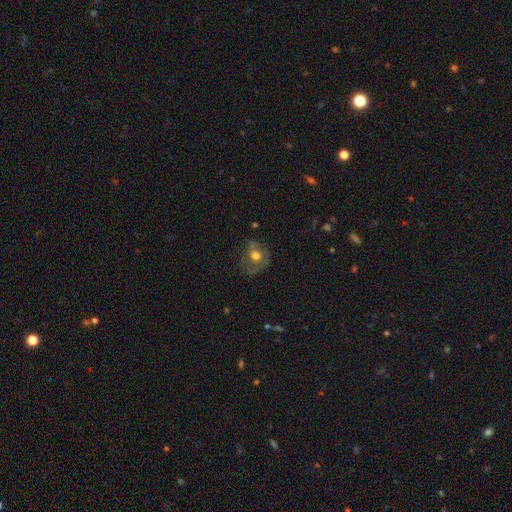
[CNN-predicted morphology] A smooth galaxy with no disk features (52%) that is round (66%). Merging: none (55%).